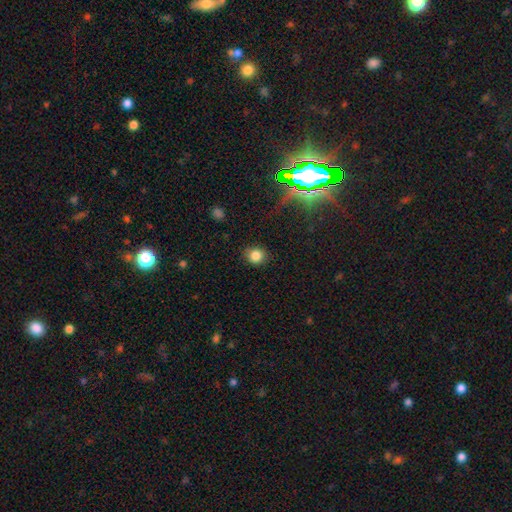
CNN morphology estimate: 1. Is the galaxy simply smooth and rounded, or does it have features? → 82% smooth, 13% star or artifact, 5% featured or disk.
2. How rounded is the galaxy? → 81% round, 18% in between, 1% cigar-shaped.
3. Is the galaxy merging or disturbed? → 87% none, 9% minor disturbance, 3% major disturbance, 1% merger.